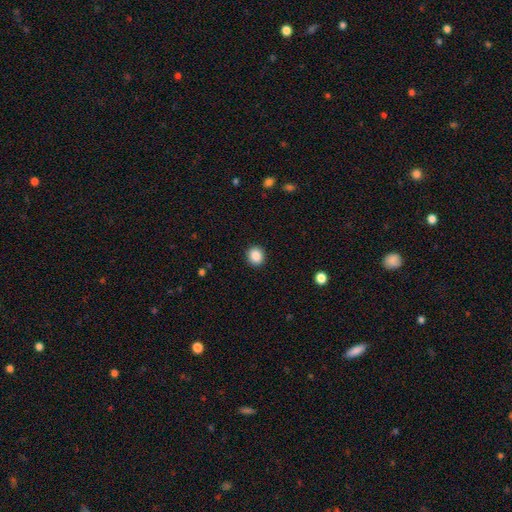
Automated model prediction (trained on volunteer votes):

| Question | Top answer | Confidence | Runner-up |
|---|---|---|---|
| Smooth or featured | smooth | 88% | star or artifact (9%) |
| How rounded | round | 81% | in between (18%) |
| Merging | none | 92% | minor disturbance (5%) |